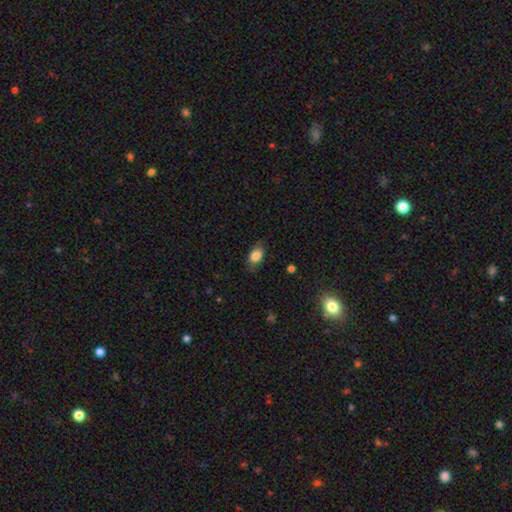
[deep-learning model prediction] Smooth or featured: smooth — 83% (featured or disk — 9%)
How rounded: in between — 83% (round — 14%)
Merging: none — 78% (minor disturbance — 17%)